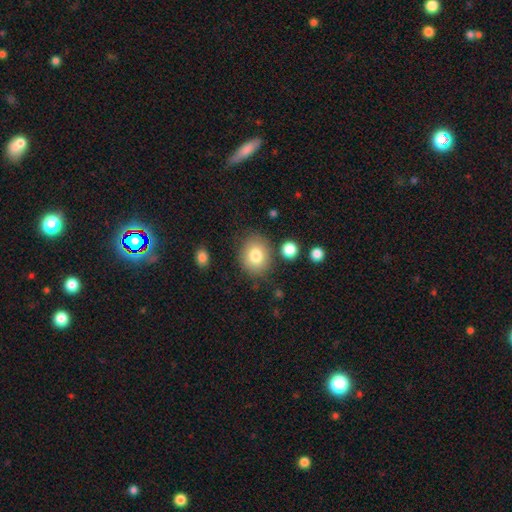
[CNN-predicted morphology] Smooth or featured: smooth — 80% (featured or disk — 11%)
How rounded: round — 57% (in between — 42%)
Merging: none — 79% (minor disturbance — 12%)